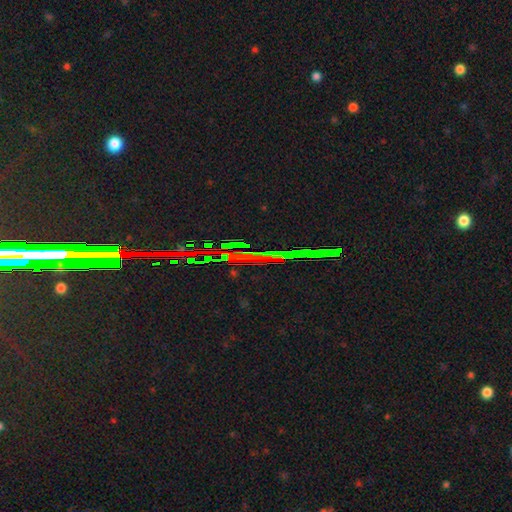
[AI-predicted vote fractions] A star or artifact, not a galaxy (85%).

Vote fractions:
- Smooth or featured? star or artifact: 85% / featured or disk: 8% / smooth: 7%